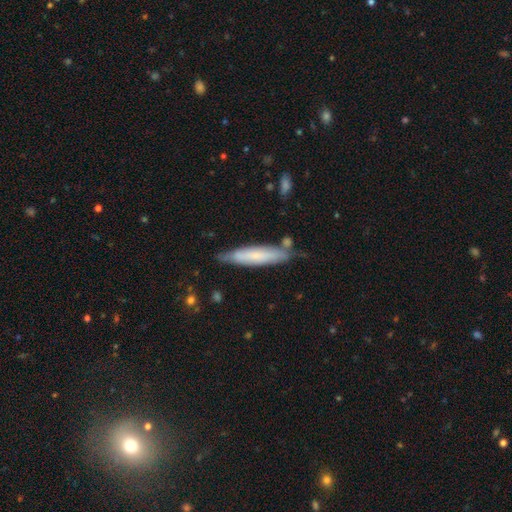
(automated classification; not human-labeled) Overall: smooth (64%; featured or disk 30%). How rounded: cigar-shaped (85%). Merging: none (73%).